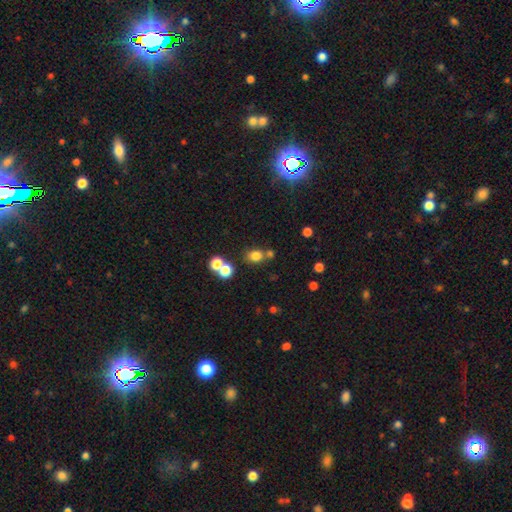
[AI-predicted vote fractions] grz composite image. It shows a smooth galaxy with no disk features (76%) that is round (62%). Merging: none (64%).